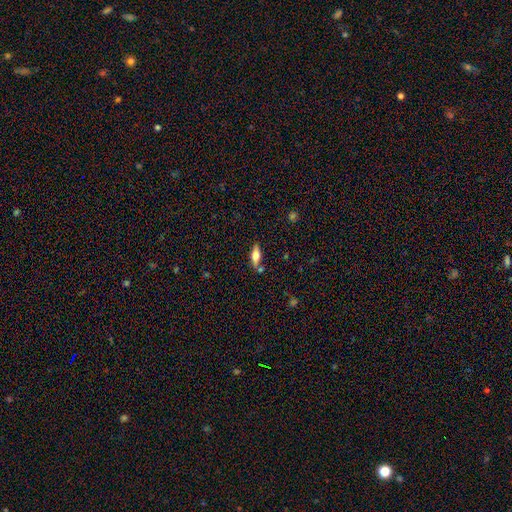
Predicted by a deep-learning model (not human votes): This is possibly a smooth galaxy (50%). How rounded: likely in between (61%). Merging: likely none (76%).